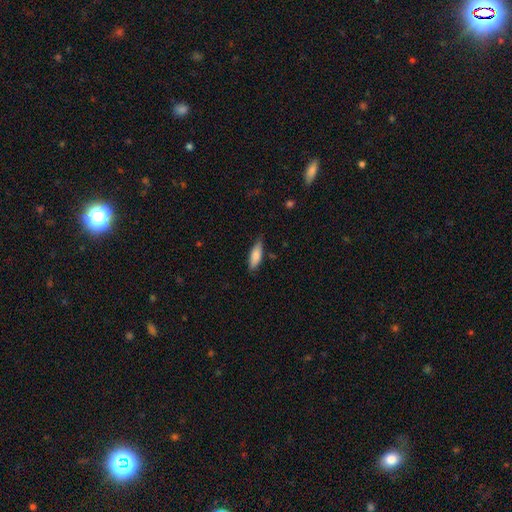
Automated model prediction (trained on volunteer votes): Q: Smooth or featured?
A: smooth (81%); runner-up: featured or disk (13%)
Q: How rounded?
A: in between (56%); runner-up: cigar-shaped (42%)
Q: Merging?
A: none (75%); runner-up: minor disturbance (20%)